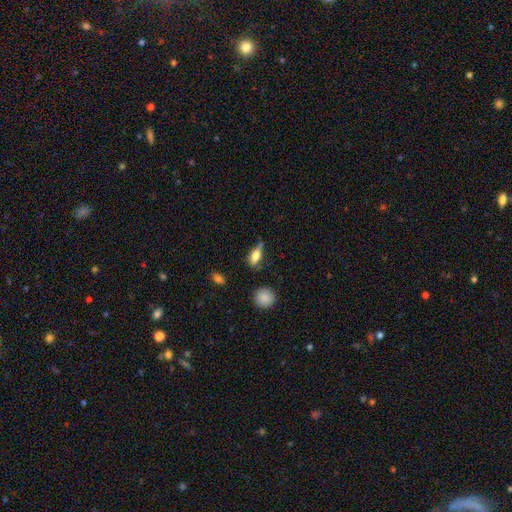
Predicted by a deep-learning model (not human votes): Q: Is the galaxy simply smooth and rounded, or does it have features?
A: smooth — 64%.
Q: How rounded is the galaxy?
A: in between — 71%.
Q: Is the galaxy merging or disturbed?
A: none — 62%.